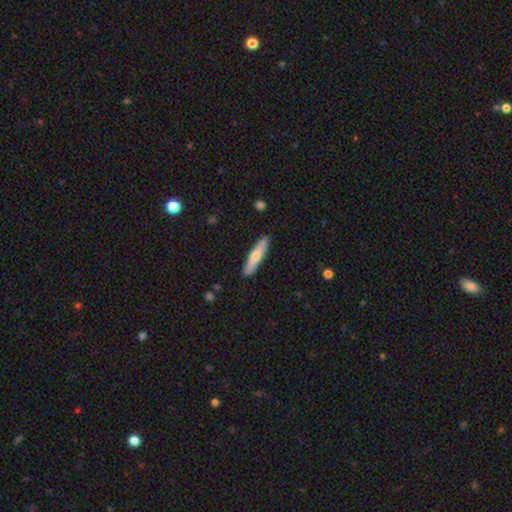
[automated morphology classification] A smooth galaxy with no disk features (65%) that is cigar-shaped (84%).

Vote fractions:
- Smooth or featured? smooth: 65% / featured or disk: 31% / star or artifact: 5%
- How rounded? cigar-shaped: 84% / in between: 15% / round: 2%
- Merging? none: 89% / minor disturbance: 8% / major disturbance: 2% / merger: 1%